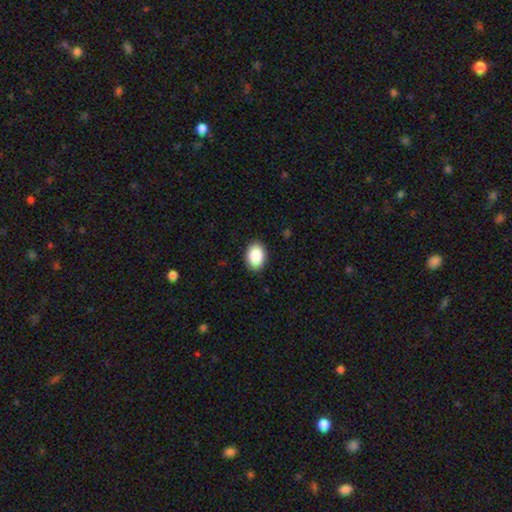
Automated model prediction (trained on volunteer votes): This appears to be a smooth galaxy with no disk features (88%) that is in between round and cigar-shaped (82%). Merging: none (89%).